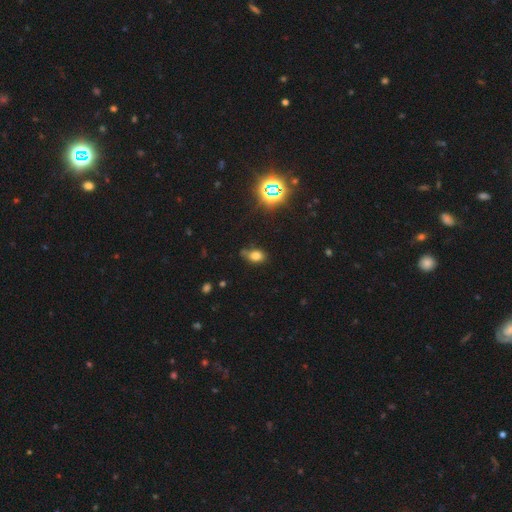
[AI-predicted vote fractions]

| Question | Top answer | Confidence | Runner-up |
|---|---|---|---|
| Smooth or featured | smooth | 71% | star or artifact (18%) |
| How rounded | in between | 77% | round (20%) |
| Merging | none | 57% | minor disturbance (31%) |